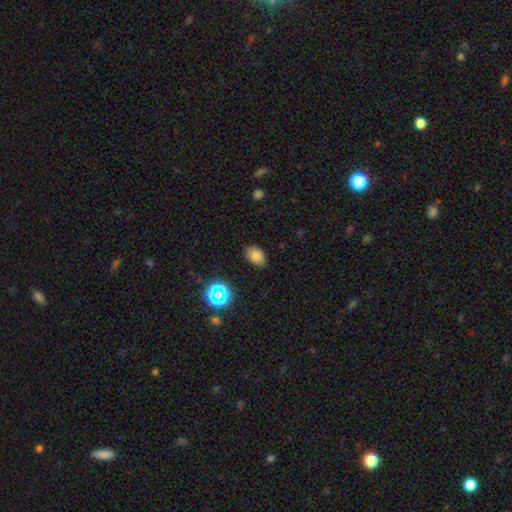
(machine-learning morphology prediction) Smooth or featured: smooth — 78% (star or artifact — 14%)
How rounded: in between — 85% (round — 14%)
Merging: none — 84% (minor disturbance — 12%)